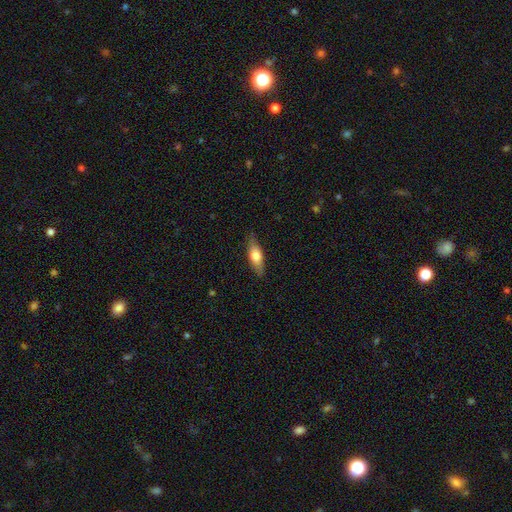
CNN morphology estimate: A smooth galaxy with no disk features (65%) that is in between round and cigar-shaped (60%).

Vote fractions:
- Smooth or featured? smooth: 65% / featured or disk: 29% / star or artifact: 6%
- How rounded? in between: 60% / cigar-shaped: 37% / round: 3%
- Merging? none: 83% / minor disturbance: 14% / major disturbance: 3% / merger: 1%